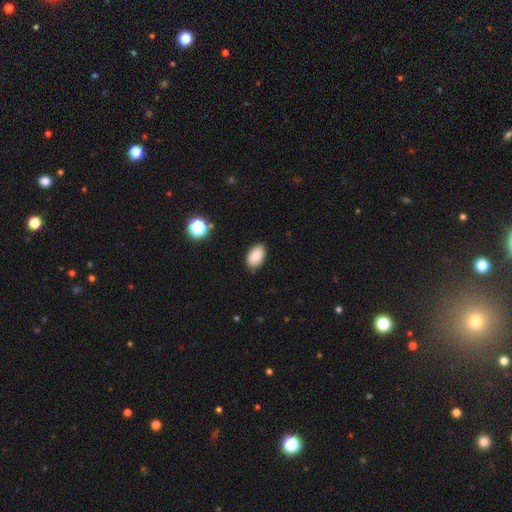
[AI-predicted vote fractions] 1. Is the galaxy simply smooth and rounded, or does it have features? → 84% smooth, 8% star or artifact, 8% featured or disk.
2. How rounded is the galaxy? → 91% in between, 7% round, 1% cigar-shaped.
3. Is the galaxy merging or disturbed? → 86% none, 11% minor disturbance, 2% major disturbance, 1% merger.